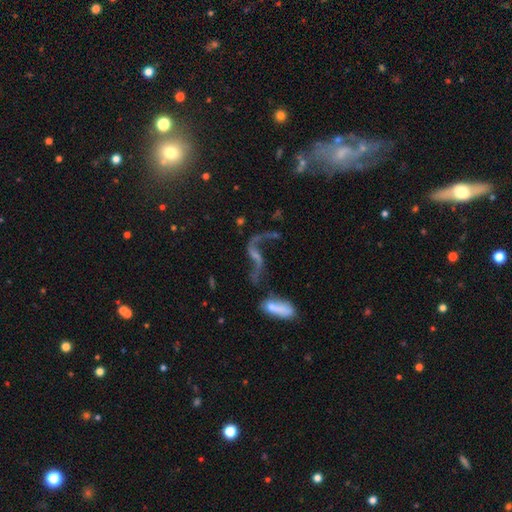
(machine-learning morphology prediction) Smooth or featured?
  - featured or disk: 73% *
  - star or artifact: 15%
  - smooth: 12%
Edge-on disk?
  - no: 91% *
  - yes: 9%
Bar?
  - no: 42% *
  - weak: 39%
  - strong: 19%
Spiral arms?
  - yes: 87% *
  - no: 13%
Spiral winding?
  - loose: 80% *
  - medium: 15%
  - tight: 5%
Spiral arm count?
  - 2: 87% *
  - 1: 6%
  - can't tell: 4%
  - 3: 1%
  - 4: 1%
  - more than 4: 1%
Bulge size?
  - small: 40% *
  - none: 29%
  - moderate: 24%
  - large: 5%
  - dominant: 2%
Merging?
  - none: 49% *
  - merger: 18%
  - major disturbance: 17%
  - minor disturbance: 15%